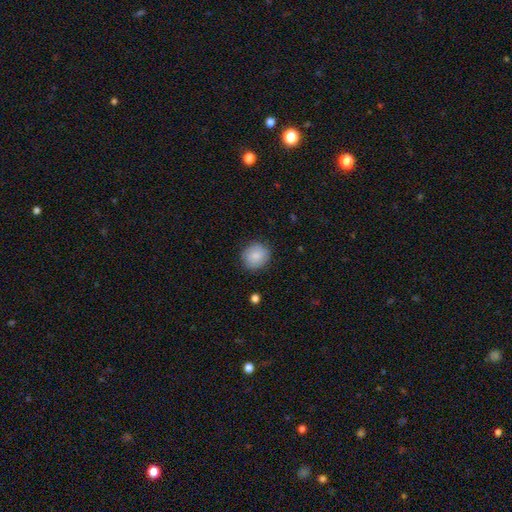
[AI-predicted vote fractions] smooth-or-featured: smooth: 85% | featured or disk: 7% | star or artifact: 7%
  how-rounded: round: 84% | in between: 15% | cigar-shaped: 1%
  merging: none: 86% | minor disturbance: 10% | major disturbance: 3% | merger: 1%